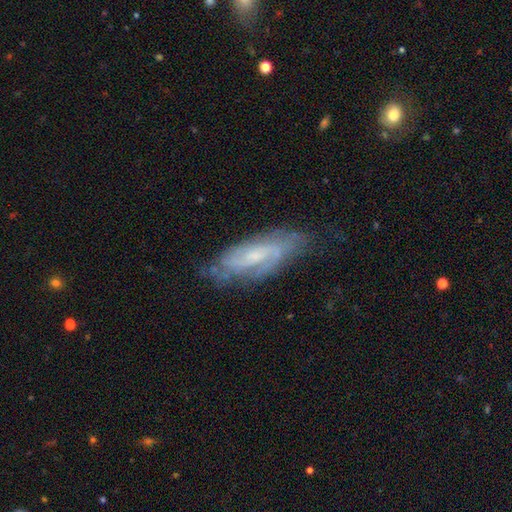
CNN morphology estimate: Q: Smooth or featured?
A: featured or disk (75%); runner-up: smooth (18%)
Q: Edge-on disk?
A: no (85%); runner-up: yes (15%)
Q: Bar?
A: weak (45%); runner-up: no (44%)
Q: Spiral arms?
A: yes (90%); runner-up: no (10%)
Q: Spiral winding?
A: tight (43%); runner-up: medium (42%)
Q: Spiral arm count?
A: 2 (45%); runner-up: can't tell (35%)
Q: Bulge size?
A: small (52%); runner-up: moderate (31%)
Q: Merging?
A: none (68%); runner-up: minor disturbance (22%)